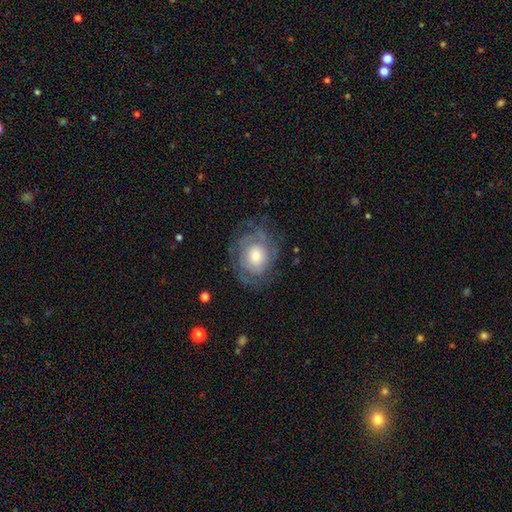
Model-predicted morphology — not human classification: This is likely a featured or disk galaxy (66%). It is clearly not viewed edge-on (97%). Bar: clearly no (80%). Spiral arm pattern: likely yes (78%). Central bulge: possibly moderate (54%). Merging: likely none (71%).